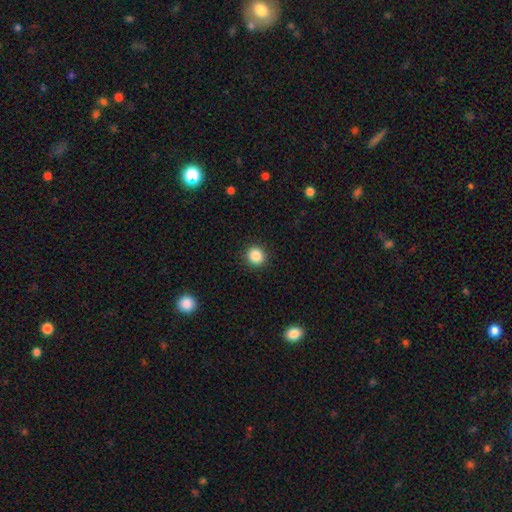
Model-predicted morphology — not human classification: This appears to be a smooth galaxy with no disk features (87%) that is round (90%). Merging: none (92%).